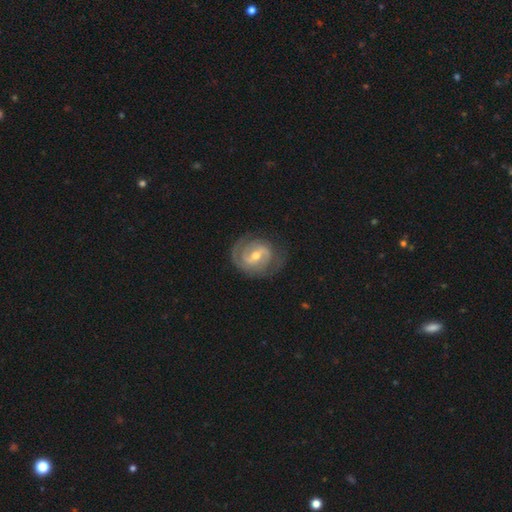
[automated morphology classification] Q: Smooth or featured?
A: featured or disk (86%); runner-up: smooth (9%)
Q: Edge-on disk?
A: no (97%); runner-up: yes (3%)
Q: Bar?
A: weak (51%); runner-up: strong (29%)
Q: Spiral arms?
A: yes (94%); runner-up: no (6%)
Q: Spiral winding?
A: tight (53%); runner-up: medium (36%)
Q: Spiral arm count?
A: 2 (73%); runner-up: can't tell (12%)
Q: Bulge size?
A: moderate (62%); runner-up: small (34%)
Q: Merging?
A: none (74%); runner-up: minor disturbance (17%)